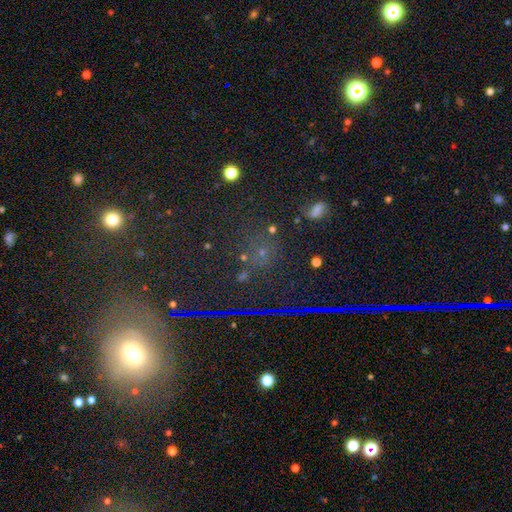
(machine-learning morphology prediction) smooth-or-featured: star or artifact: 59% | smooth: 29% | featured or disk: 12%